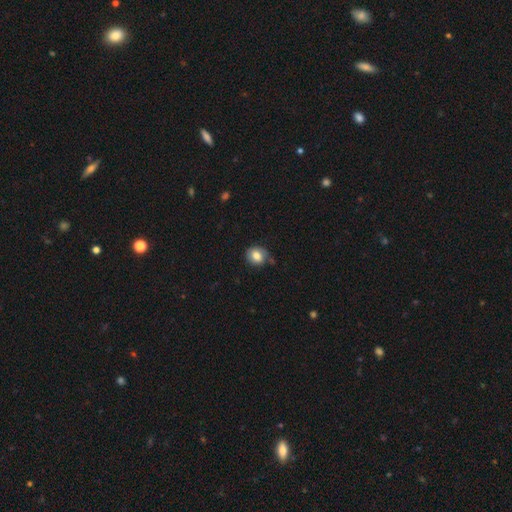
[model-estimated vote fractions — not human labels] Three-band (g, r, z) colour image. It shows a smooth galaxy with no disk features (79%) that is round (68%). Merging: none (67%).